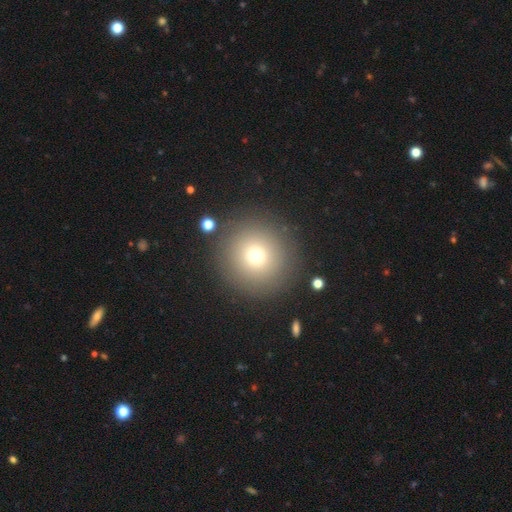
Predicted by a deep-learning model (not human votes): Smooth or featured?
  - smooth: 72% *
  - star or artifact: 16%
  - featured or disk: 12%
How rounded?
  - round: 96% *
  - in between: 3%
  - cigar-shaped: 1%
Merging?
  - none: 88% *
  - minor disturbance: 6%
  - major disturbance: 3%
  - merger: 2%